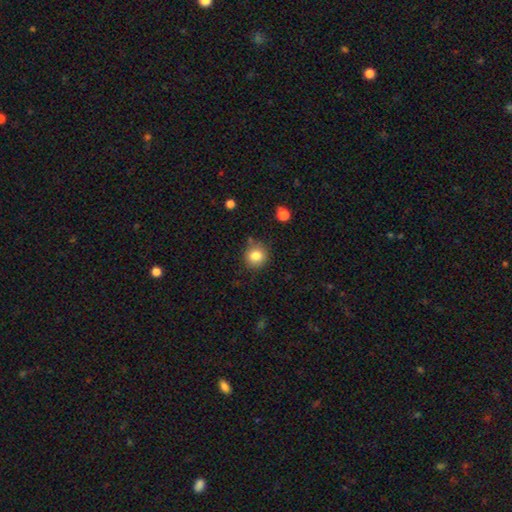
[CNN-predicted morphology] This is clearly a smooth galaxy (83%). How rounded: clearly round (88%). Merging: clearly none (82%).